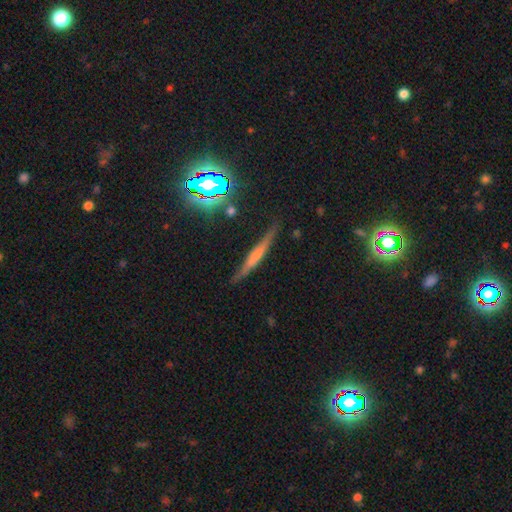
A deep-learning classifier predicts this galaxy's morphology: The model was most divided on "smooth or featured": featured or disk: 50%, smooth: 37%, star or artifact: 14%. More confident: merging — none (79%).